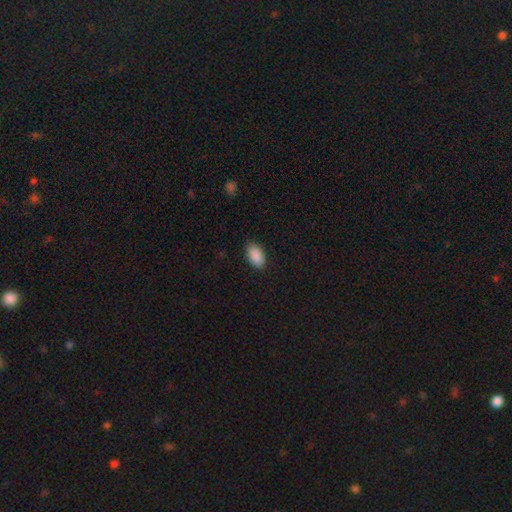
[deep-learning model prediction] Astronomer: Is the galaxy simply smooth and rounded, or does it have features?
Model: smooth — 91%.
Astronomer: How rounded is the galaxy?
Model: in between — 94%.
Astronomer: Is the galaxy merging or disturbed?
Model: none — 86%.